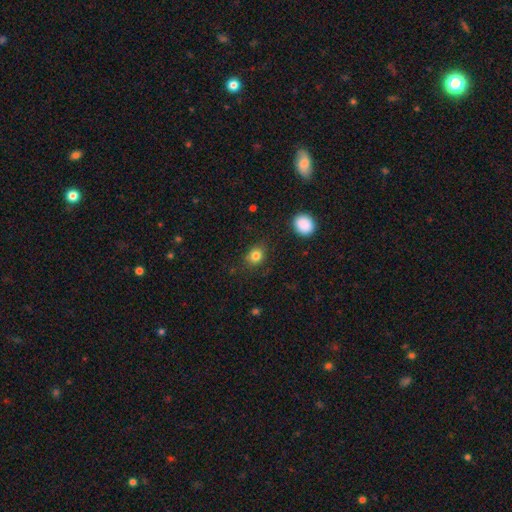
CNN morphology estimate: Q: Smooth or featured?
A: smooth (82%); runner-up: star or artifact (11%)
Q: How rounded?
A: round (61%); runner-up: in between (38%)
Q: Merging?
A: none (82%); runner-up: minor disturbance (13%)